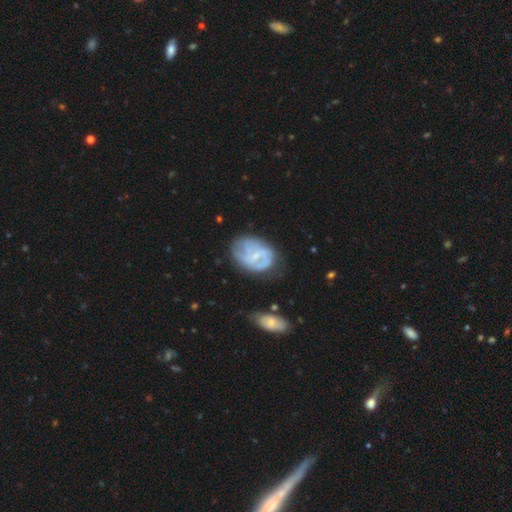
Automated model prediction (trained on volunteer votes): Smooth or featured? featured or disk (66%)
Edge-on disk? no (97%)
Bar? weak (49%)
Spiral arms? yes (73%)
Bulge size? small (62%)
Merging? none (56%)